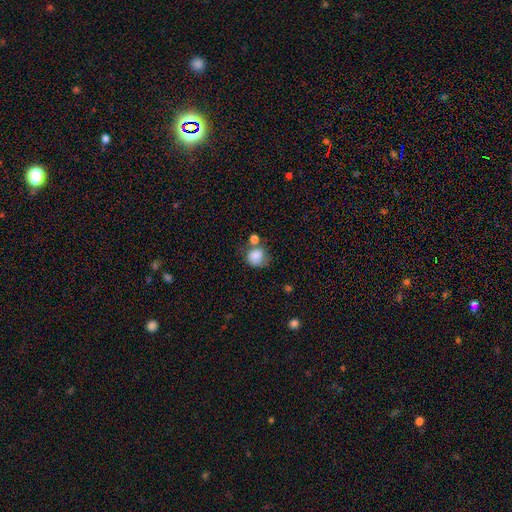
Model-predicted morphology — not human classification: This is clearly a smooth galaxy (83%). How rounded: likely round (74%). Merging: marginally none (42%).